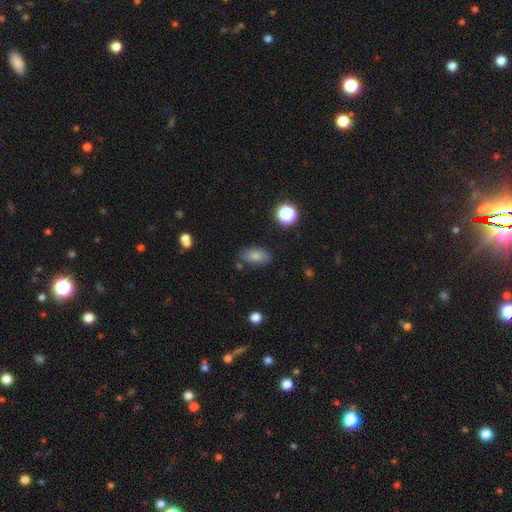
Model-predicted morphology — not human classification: The model was most divided on "merging": none: 78%, minor disturbance: 15%, merger: 4%, major disturbance: 4%. More confident: how rounded — in between (89%); smooth or featured — smooth (80%).